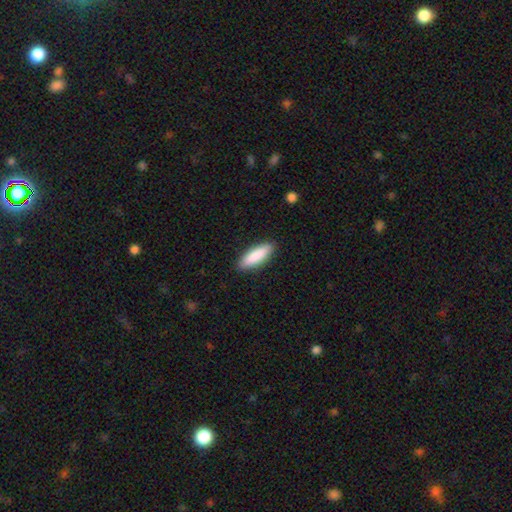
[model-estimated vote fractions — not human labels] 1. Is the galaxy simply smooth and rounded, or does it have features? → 87% smooth, 7% featured or disk, 5% star or artifact.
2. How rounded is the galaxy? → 50% cigar-shaped, 48% in between, 1% round.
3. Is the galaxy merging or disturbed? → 89% none, 8% minor disturbance, 2% major disturbance, 1% merger.